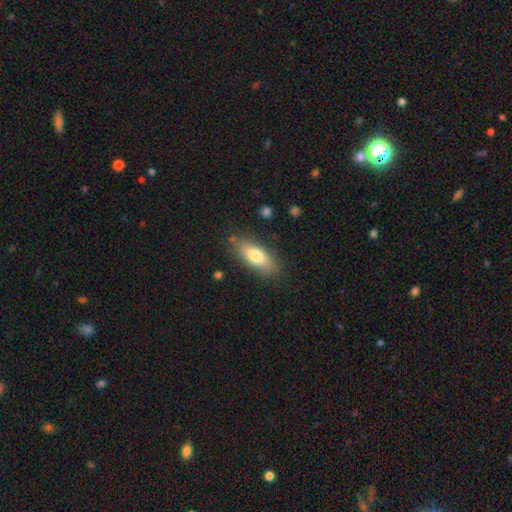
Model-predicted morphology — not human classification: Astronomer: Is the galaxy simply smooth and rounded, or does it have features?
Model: smooth — 74%.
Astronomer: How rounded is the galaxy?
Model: in between — 70%.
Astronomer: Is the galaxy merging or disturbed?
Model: none — 82%.